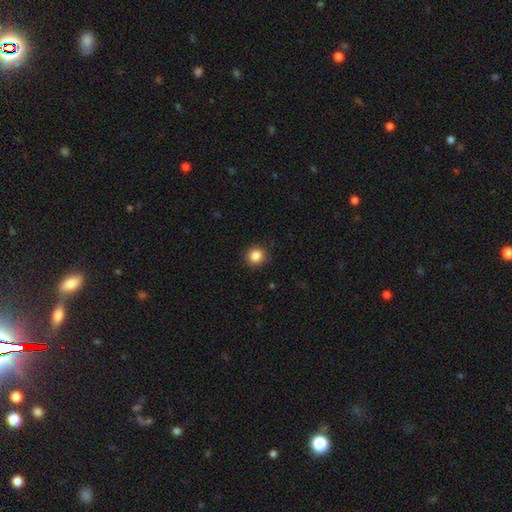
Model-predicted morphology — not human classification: smooth-or-featured: smooth: 86% | star or artifact: 10% | featured or disk: 4%
  how-rounded: round: 90% | in between: 9% | cigar-shaped: 1%
  merging: none: 90% | minor disturbance: 7% | major disturbance: 2% | merger: 1%